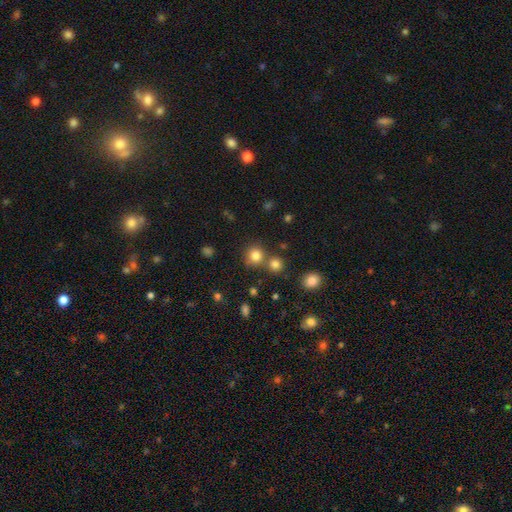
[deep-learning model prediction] The model was most divided on "merging": none: 69%, merger: 19%, minor disturbance: 9%, major disturbance: 3%. More confident: how rounded — round (89%); smooth or featured — smooth (81%).